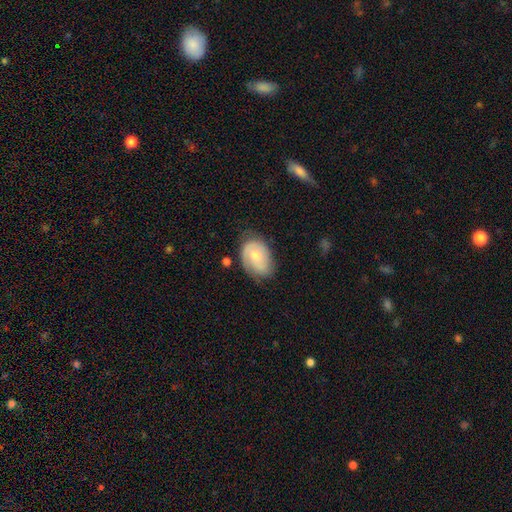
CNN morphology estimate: Smooth or featured: featured or disk — 55% (smooth — 38%)
Edge-on disk: no — 96% (yes — 4%)
Bar: no — 67% (weak — 28%)
Spiral arms: yes — 84% (no — 16%)
Bulge size: small — 47% (moderate — 45%)
Merging: none — 62% (minor disturbance — 27%)